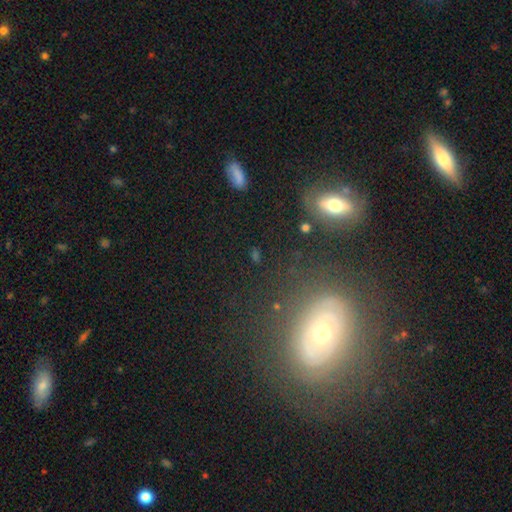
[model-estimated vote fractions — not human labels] The model was most divided on "smooth or featured": smooth: 42%, star or artifact: 33%, featured or disk: 25%. More confident: merging — none (74%).